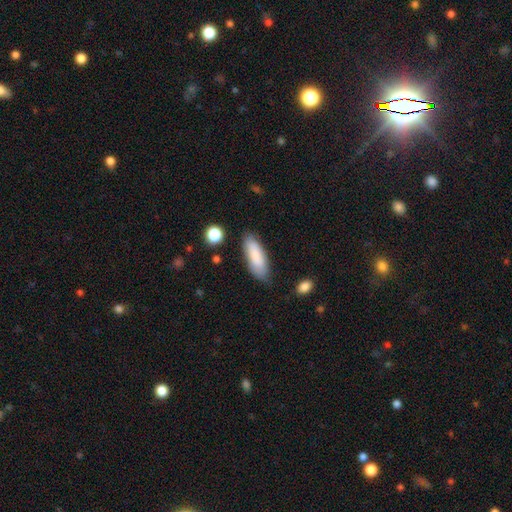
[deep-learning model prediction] A smooth galaxy with no disk features (84%) that is in between round and cigar-shaped (58%).

Vote fractions:
- Smooth or featured? smooth: 84% / featured or disk: 10% / star or artifact: 6%
- How rounded? in between: 58% / cigar-shaped: 40% / round: 2%
- Merging? none: 79% / minor disturbance: 15% / major disturbance: 3% / merger: 2%